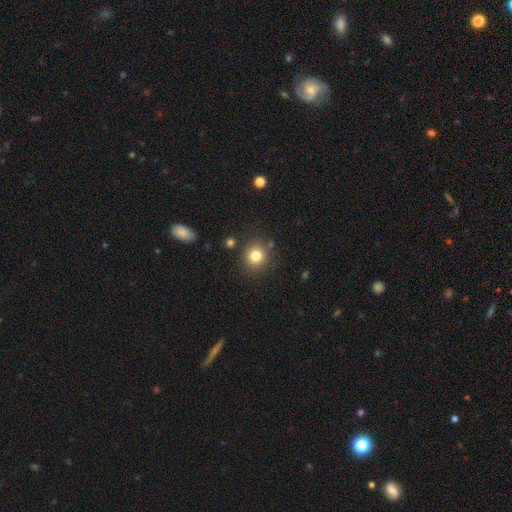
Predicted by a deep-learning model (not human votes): The model was most divided on "smooth or featured": smooth: 81%, star or artifact: 12%, featured or disk: 7%. More confident: how rounded — round (89%); merging — none (84%).